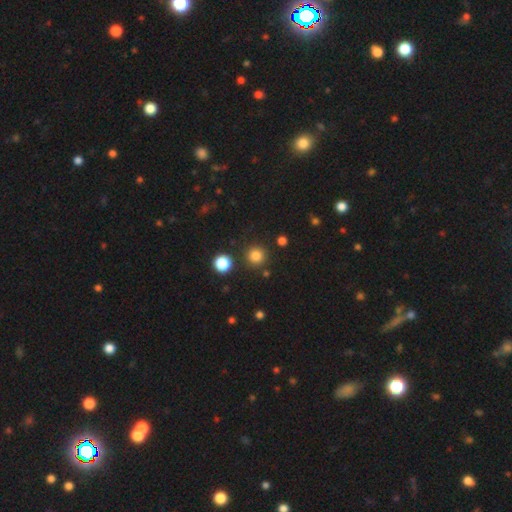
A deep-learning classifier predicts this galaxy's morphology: Q: Smooth or featured?
A: smooth (82%); runner-up: star or artifact (14%)
Q: How rounded?
A: round (94%); runner-up: in between (5%)
Q: Merging?
A: none (88%); runner-up: minor disturbance (6%)